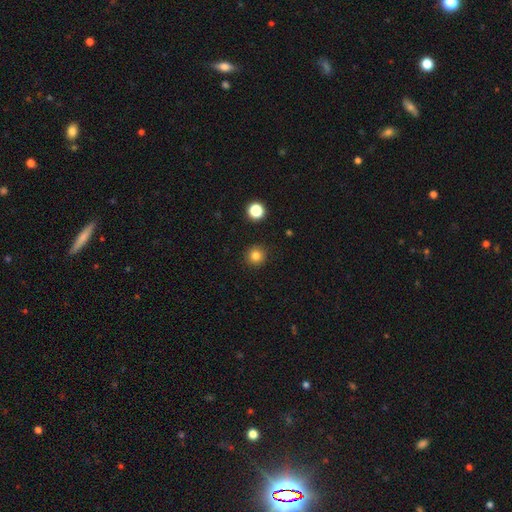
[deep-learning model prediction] A smooth galaxy with no disk features (82%) that is round (94%).

Vote fractions:
- Smooth or featured? smooth: 82% / star or artifact: 13% / featured or disk: 5%
- How rounded? round: 94% / in between: 5% / cigar-shaped: 1%
- Merging? none: 92% / minor disturbance: 5% / major disturbance: 2% / merger: 1%